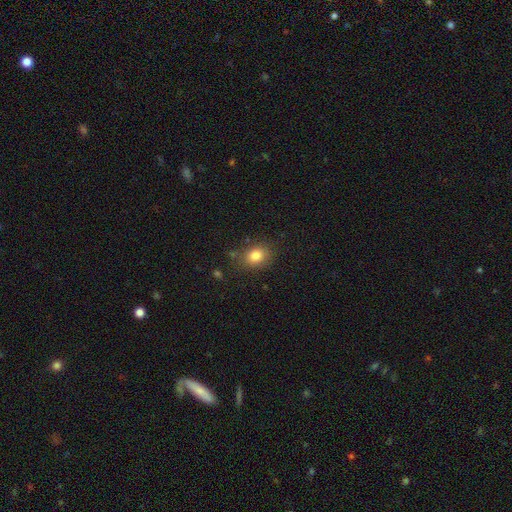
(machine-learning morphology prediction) Overall: smooth (82%). How rounded: round (54%; in between 45%). Merging: none (80%).